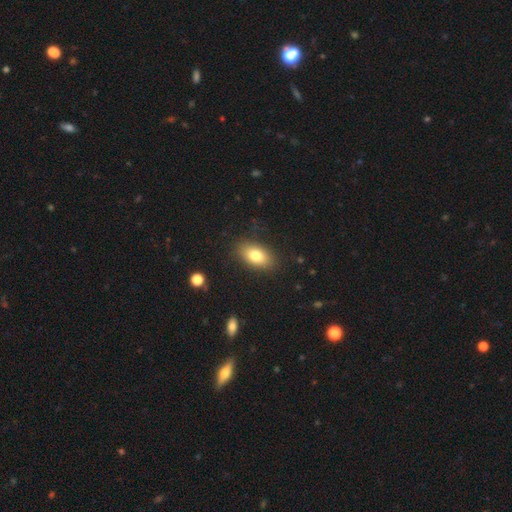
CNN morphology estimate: This appears to be a smooth galaxy with no disk features (78%) that is in between round and cigar-shaped (88%). Merging: none (86%).